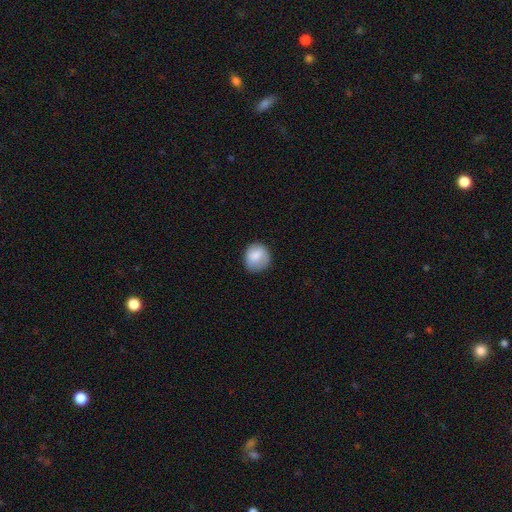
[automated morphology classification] Smooth or featured: smooth — 82% (featured or disk — 11%)
How rounded: round — 80% (in between — 19%)
Merging: none — 78% (minor disturbance — 17%)